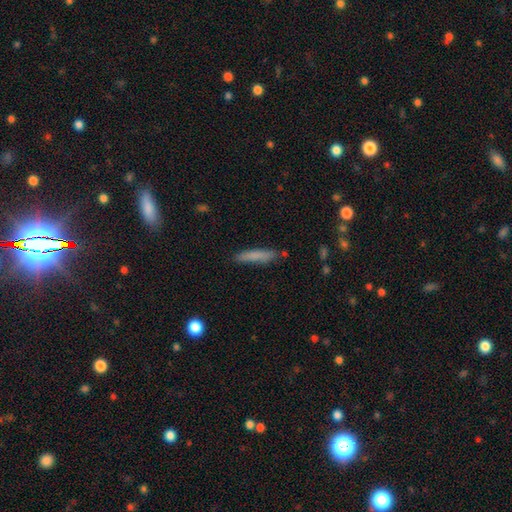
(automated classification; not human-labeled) smooth_or_featured: smooth (p=0.79) [alt: featured or disk p=0.14]
how_rounded: cigar-shaped (p=0.90) [alt: in between p=0.08]
merging: none (p=0.82) [alt: minor disturbance p=0.13]